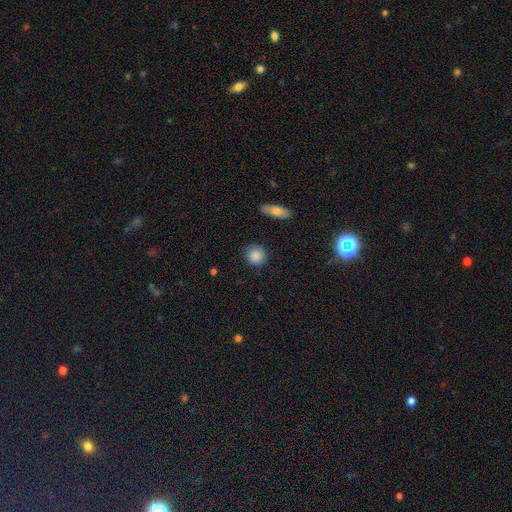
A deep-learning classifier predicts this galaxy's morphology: Q: Smooth or featured?
A: smooth (87%); runner-up: star or artifact (8%)
Q: How rounded?
A: round (89%); runner-up: in between (9%)
Q: Merging?
A: none (86%); runner-up: minor disturbance (9%)